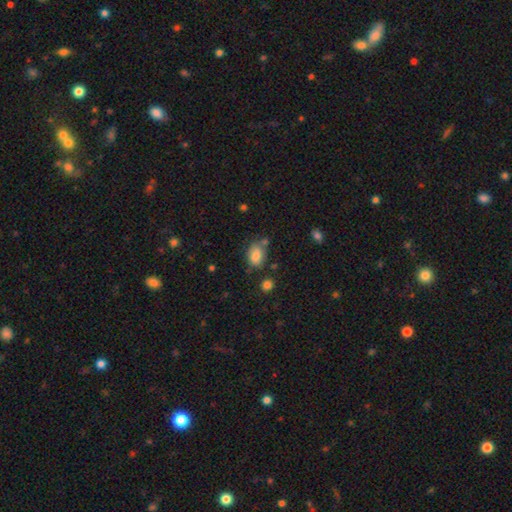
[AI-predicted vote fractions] smooth_or_featured: smooth (p=0.81) [alt: featured or disk p=0.10]
how_rounded: in between (p=0.83) [alt: round p=0.16]
merging: none (p=0.60) [alt: minor disturbance p=0.22]